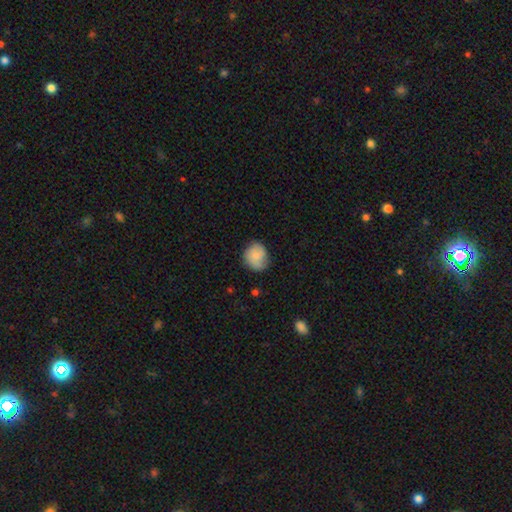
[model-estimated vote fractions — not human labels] A smooth galaxy with no disk features (69%) that is round (73%).

Vote fractions:
- Smooth or featured? smooth: 69% / featured or disk: 24% / star or artifact: 7%
- How rounded? round: 73% / in between: 26% / cigar-shaped: 1%
- Merging? none: 64% / minor disturbance: 27% / major disturbance: 7% / merger: 2%